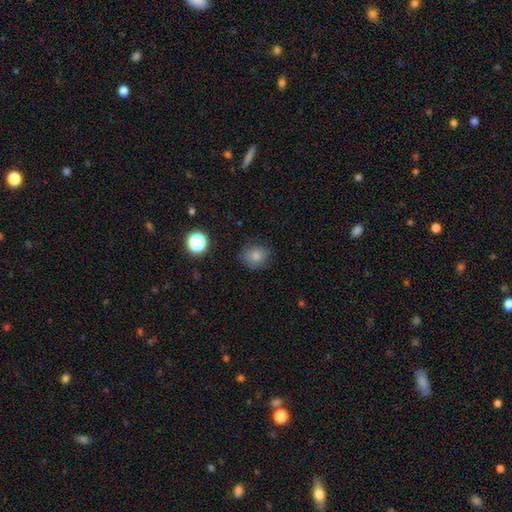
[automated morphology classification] smooth-or-featured: smooth: 80% | star or artifact: 13% | featured or disk: 7%
  how-rounded: round: 79% | in between: 20% | cigar-shaped: 1%
  merging: none: 82% | minor disturbance: 14% | major disturbance: 3% | merger: 1%